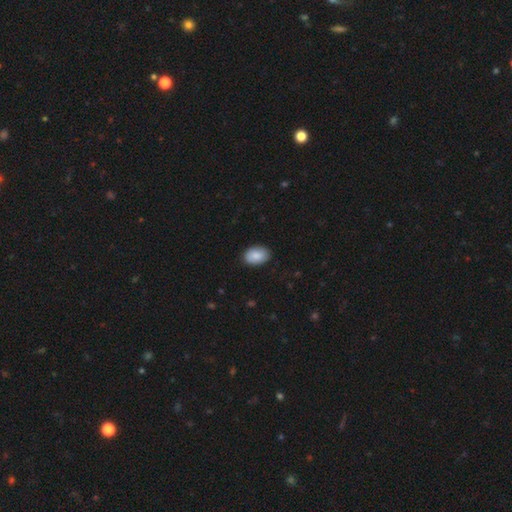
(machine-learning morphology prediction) smooth-or-featured: smooth: 88% | featured or disk: 6% | star or artifact: 6%
  how-rounded: in between: 86% | round: 12% | cigar-shaped: 1%
  merging: none: 86% | minor disturbance: 11% | major disturbance: 2% | merger: 1%